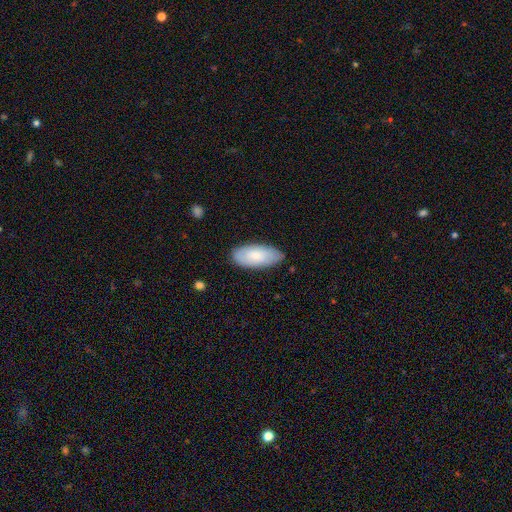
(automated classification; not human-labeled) Overall: smooth (77%). How rounded: in between (90%). Merging: none (81%).